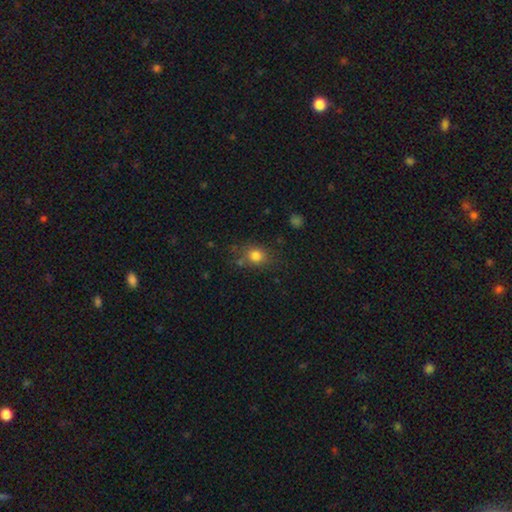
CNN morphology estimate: Q: Smooth or featured?
A: smooth (80%); runner-up: star or artifact (12%)
Q: How rounded?
A: round (62%); runner-up: in between (37%)
Q: Merging?
A: none (71%); runner-up: minor disturbance (17%)